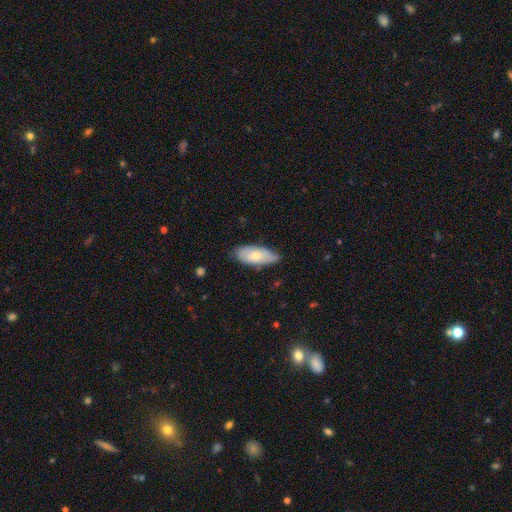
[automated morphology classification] type=smooth (64%); roundness=in between (87%); merging=none (70%).